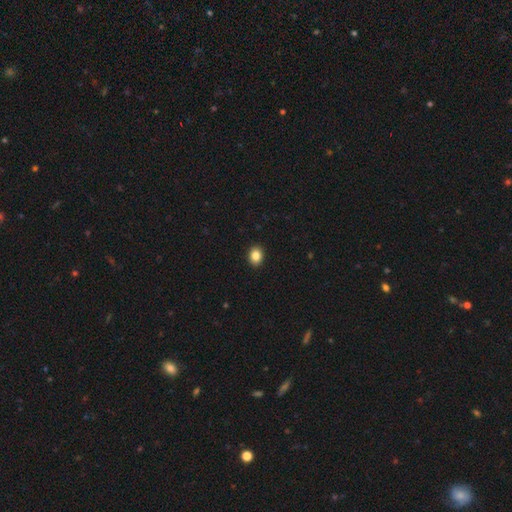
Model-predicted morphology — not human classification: A smooth galaxy with no disk features (85%) that is in between round and cigar-shaped (52%).

Vote fractions:
- Smooth or featured? smooth: 85% / star or artifact: 10% / featured or disk: 5%
- How rounded? in between: 52% / round: 47% / cigar-shaped: 1%
- Merging? none: 92% / minor disturbance: 6% / major disturbance: 2% / merger: 1%